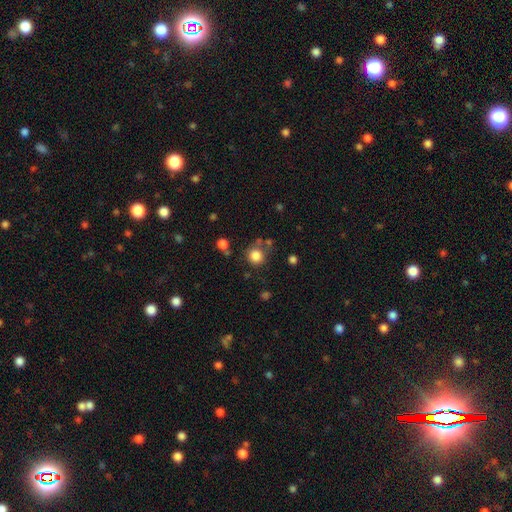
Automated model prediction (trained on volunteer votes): Morphology: type=smooth (82%); roundness=round (91%); merging=none (72%).